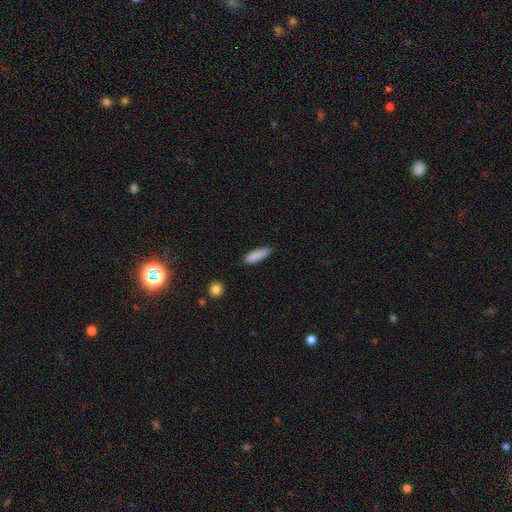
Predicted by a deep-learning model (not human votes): Smooth or featured?
  - smooth: 87% *
  - star or artifact: 7%
  - featured or disk: 6%
How rounded?
  - cigar-shaped: 54% *
  - in between: 45%
  - round: 2%
Merging?
  - none: 75% *
  - minor disturbance: 19%
  - major disturbance: 3%
  - merger: 2%